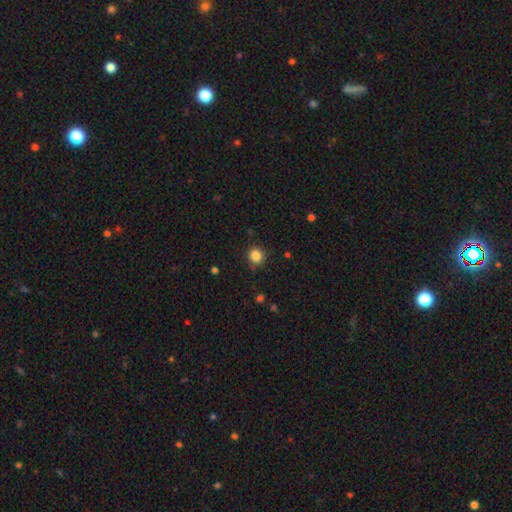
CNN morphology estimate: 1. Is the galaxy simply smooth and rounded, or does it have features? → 84% smooth, 12% star or artifact, 4% featured or disk.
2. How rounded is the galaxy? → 90% round, 9% in between, 1% cigar-shaped.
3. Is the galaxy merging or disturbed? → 85% none, 11% minor disturbance, 3% major disturbance, 2% merger.